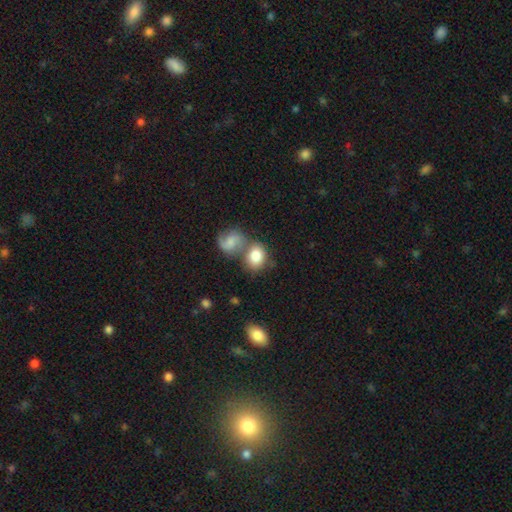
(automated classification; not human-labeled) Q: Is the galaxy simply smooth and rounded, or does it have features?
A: smooth — 76%.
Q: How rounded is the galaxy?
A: in between — 53%.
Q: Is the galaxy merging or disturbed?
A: merger — 42%.